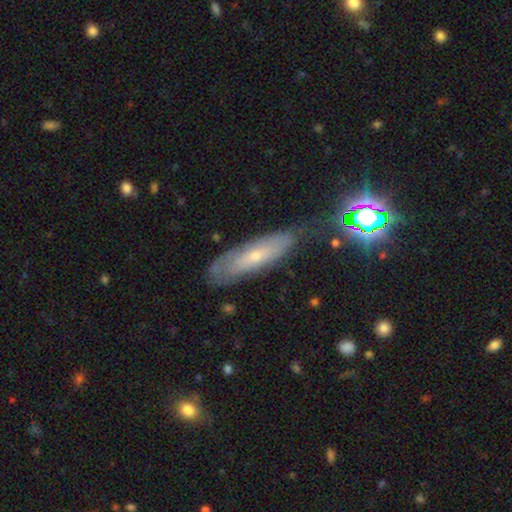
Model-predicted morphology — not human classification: Smooth or featured? featured or disk (48%)
Merging? none (68%)